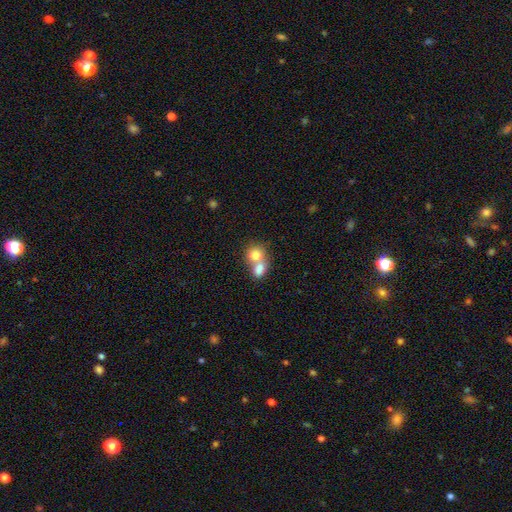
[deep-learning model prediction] Smooth or featured? Predicted: smooth (p=0.75). How rounded? Predicted: round (p=0.67). Merging? Predicted: merger (p=0.70).